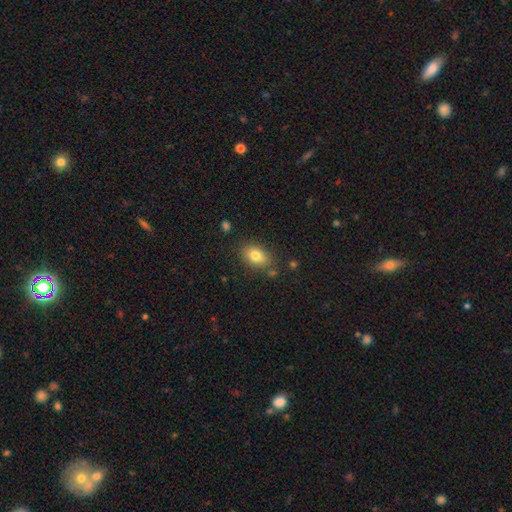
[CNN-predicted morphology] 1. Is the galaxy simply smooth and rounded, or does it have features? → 80% smooth, 11% featured or disk, 10% star or artifact.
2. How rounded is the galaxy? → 79% in between, 19% round, 2% cigar-shaped.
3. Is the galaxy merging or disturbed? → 79% none, 14% minor disturbance, 4% merger, 3% major disturbance.